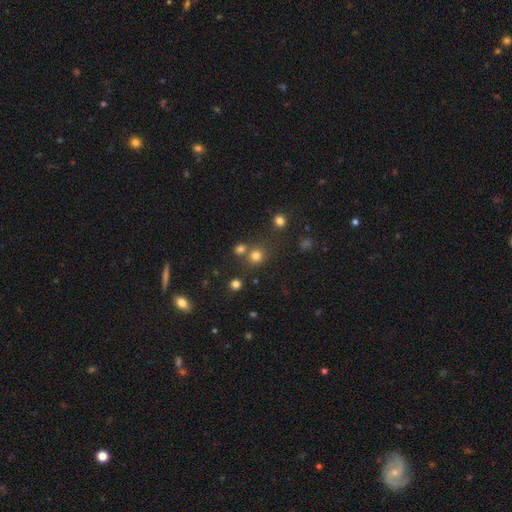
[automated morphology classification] This appears to be a smooth galaxy with no disk features (75%) that is round (87%). Merging: none (66%).